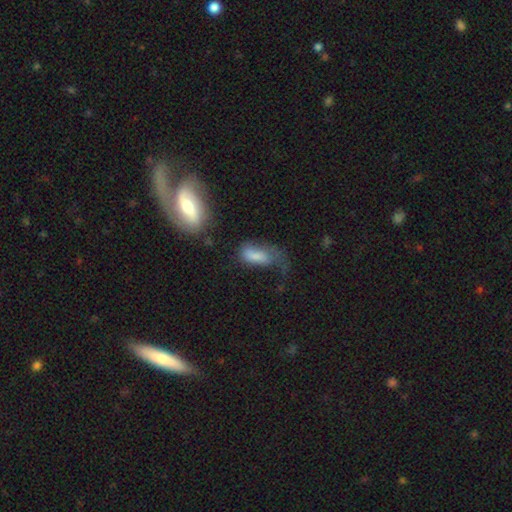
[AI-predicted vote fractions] Smooth or featured: smooth — 72% (featured or disk — 19%)
How rounded: in between — 84% (cigar-shaped — 12%)
Merging: major disturbance — 45% (minor disturbance — 25%)